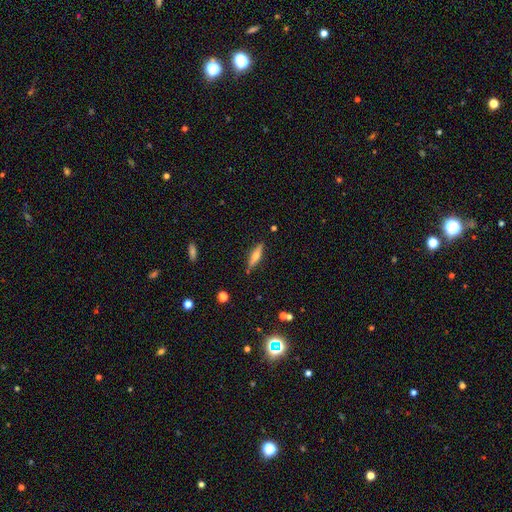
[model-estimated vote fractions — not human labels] A featured or disk galaxy (51%) viewed edge-on (94%).

Vote fractions:
- Smooth or featured? featured or disk: 51% / smooth: 42% / star or artifact: 7%
- Edge-on disk? yes: 94% / no: 6%
- Merging? none: 86% / minor disturbance: 10% / major disturbance: 2% / merger: 2%